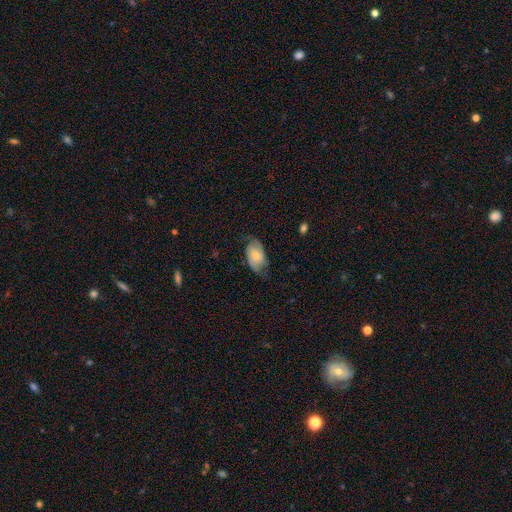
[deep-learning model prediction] Smooth or featured?
  - featured or disk: 59% *
  - smooth: 34%
  - star or artifact: 7%
Edge-on disk?
  - no: 95% *
  - yes: 5%
Bar?
  - no: 56% *
  - weak: 35%
  - strong: 9%
Spiral arms?
  - yes: 88% *
  - no: 12%
Bulge size?
  - small: 46% *
  - moderate: 42%
  - none: 6%
  - large: 5%
  - dominant: 1%
Merging?
  - none: 68% *
  - minor disturbance: 22%
  - major disturbance: 8%
  - merger: 1%